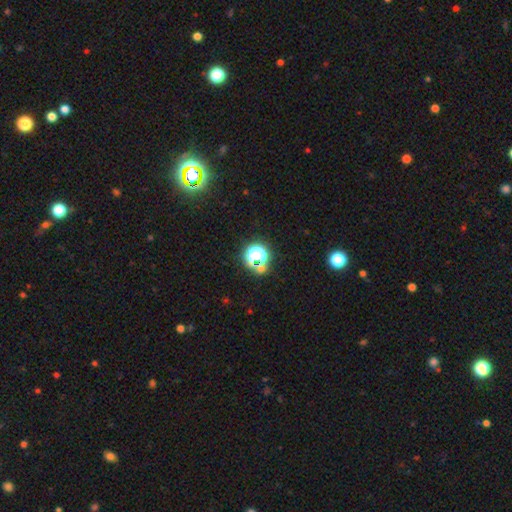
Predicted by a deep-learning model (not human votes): Overall: star or artifact (49%; smooth 41%).